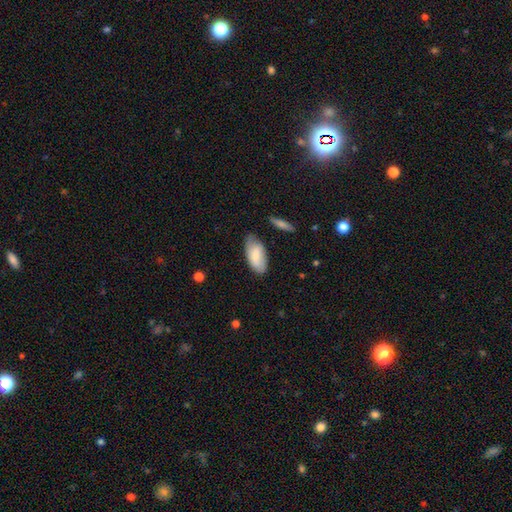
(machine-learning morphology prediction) Smooth or featured? smooth (76%)
How rounded? in between (92%)
Merging? none (65%)